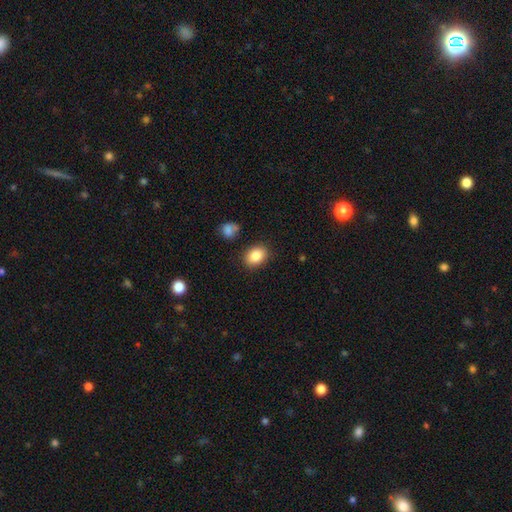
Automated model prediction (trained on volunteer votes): Smooth or featured? Predicted: smooth (p=0.87). How rounded? Predicted: in between (p=0.72). Merging? Predicted: none (p=0.84).